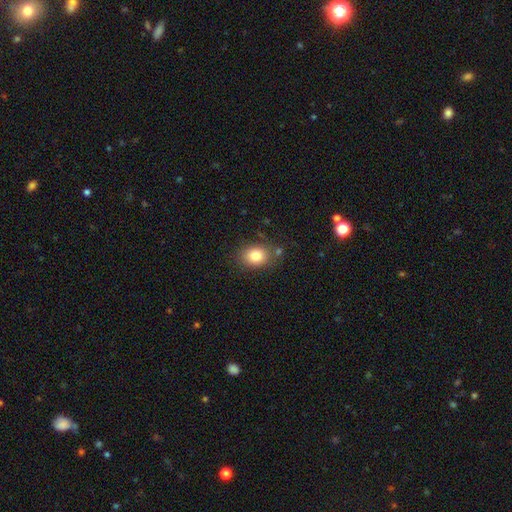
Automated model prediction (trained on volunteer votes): This appears to be a smooth galaxy with no disk features (83%) that is in between round and cigar-shaped (61%). Merging: none (78%).